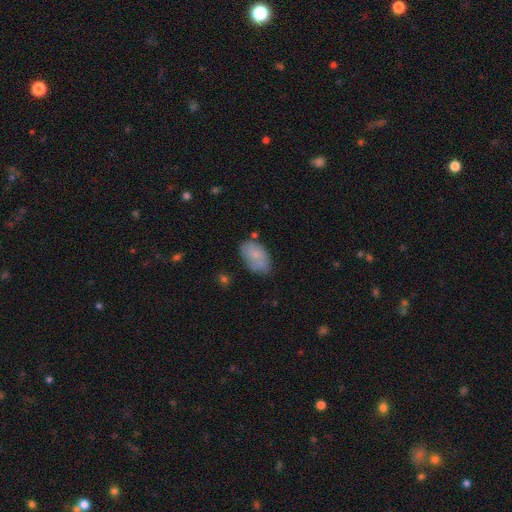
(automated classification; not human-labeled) smooth 71%, featured or disk 22%, star or artifact 7%. Down the decision tree: how rounded — in between (92%); merging — none (59%).